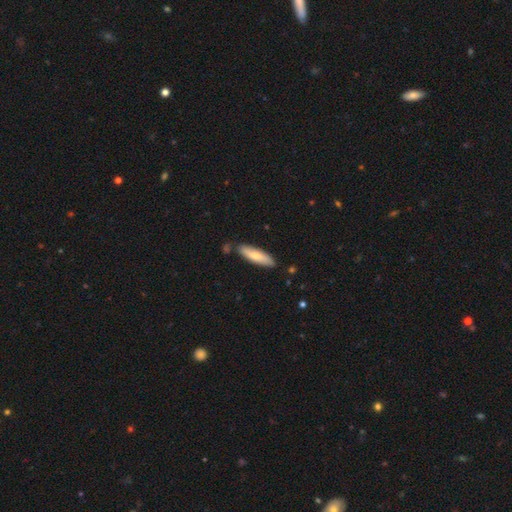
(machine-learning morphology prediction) smooth-or-featured: smooth: 74% | featured or disk: 21% | star or artifact: 5%
  how-rounded: cigar-shaped: 66% | in between: 33% | round: 1%
  merging: none: 83% | minor disturbance: 12% | merger: 3% | major disturbance: 2%